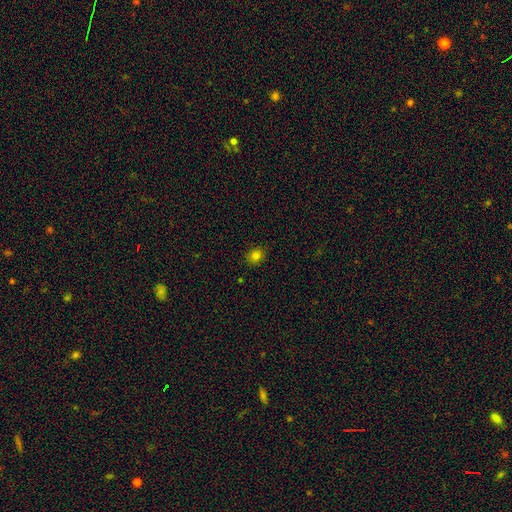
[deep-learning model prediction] Smooth or featured? Predicted: smooth (p=0.80). How rounded? Predicted: round (p=0.73). Merging? Predicted: none (p=0.88).